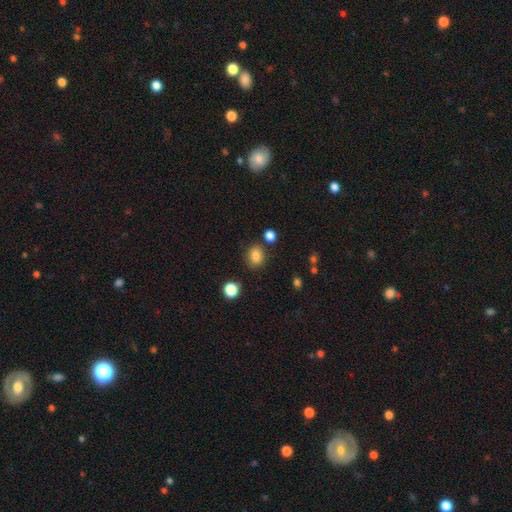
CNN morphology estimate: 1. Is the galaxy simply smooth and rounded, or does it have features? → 84% smooth, 11% star or artifact, 5% featured or disk.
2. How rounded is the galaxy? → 51% in between, 48% round, 1% cigar-shaped.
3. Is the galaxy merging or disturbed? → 79% none, 12% minor disturbance, 5% merger, 4% major disturbance.